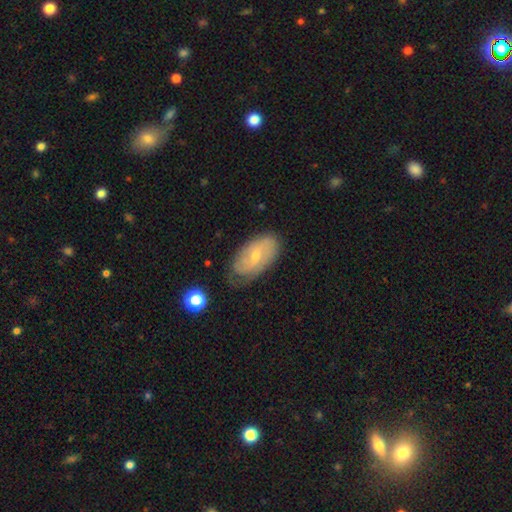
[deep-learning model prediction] Q: Smooth or featured?
A: featured or disk (58%); runner-up: smooth (35%)
Q: Edge-on disk?
A: no (92%); runner-up: yes (8%)
Q: Bar?
A: no (62%); runner-up: weak (32%)
Q: Spiral arms?
A: yes (76%); runner-up: no (24%)
Q: Bulge size?
A: small (61%); runner-up: moderate (36%)
Q: Merging?
A: none (67%); runner-up: minor disturbance (25%)